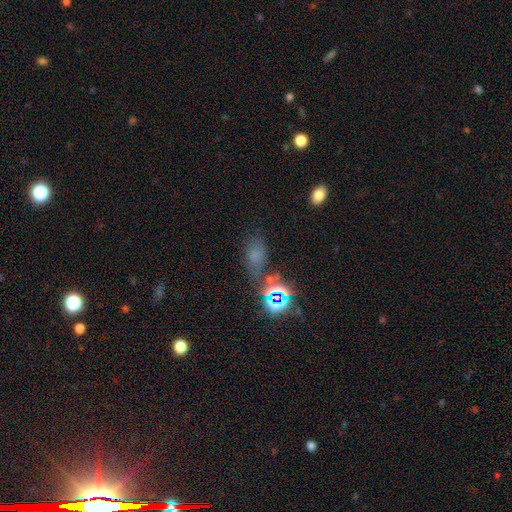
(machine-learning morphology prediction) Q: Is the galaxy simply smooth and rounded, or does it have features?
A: smooth — 51%.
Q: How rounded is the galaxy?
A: in between — 77%.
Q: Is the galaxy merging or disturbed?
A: none — 57%.